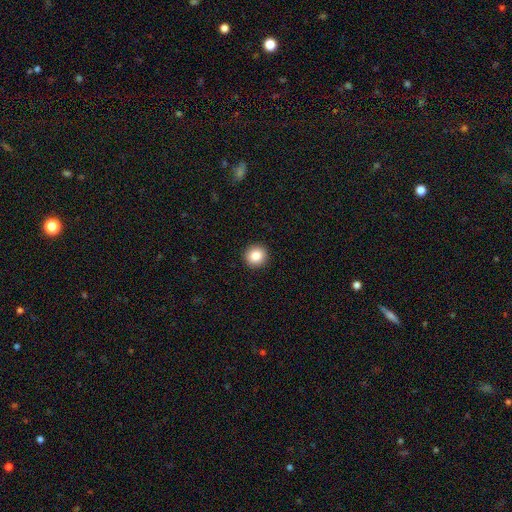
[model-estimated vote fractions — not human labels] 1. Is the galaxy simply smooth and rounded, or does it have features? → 86% smooth, 9% star or artifact, 5% featured or disk.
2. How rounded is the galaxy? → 93% round, 6% in between, 1% cigar-shaped.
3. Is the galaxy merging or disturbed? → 93% none, 5% minor disturbance, 2% major disturbance, 1% merger.